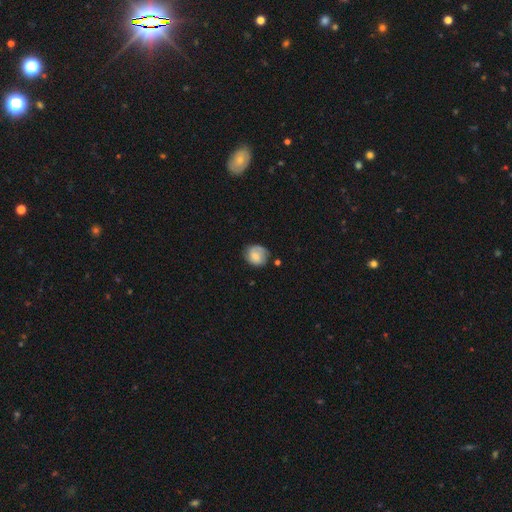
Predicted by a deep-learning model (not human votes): This appears to be a smooth galaxy with no disk features (56%) that is round (65%). Merging: none (66%).